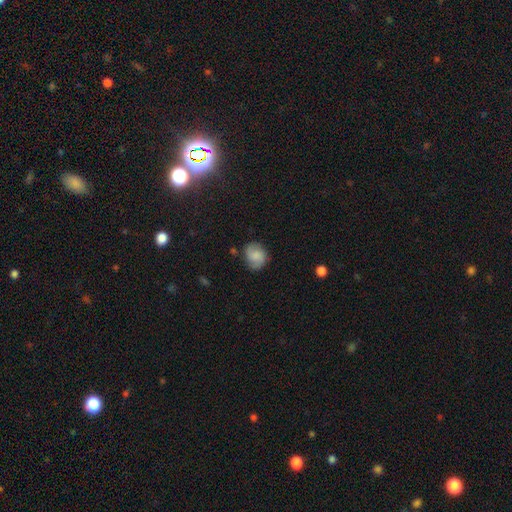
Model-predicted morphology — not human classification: This is likely a smooth galaxy (62%). How rounded: likely round (61%). Merging: likely none (73%).